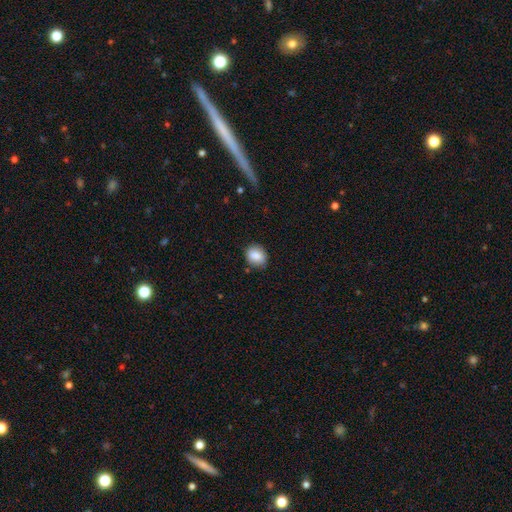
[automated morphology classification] This appears to be a smooth galaxy with no disk features (84%) that is round (52%). Merging: none (83%).